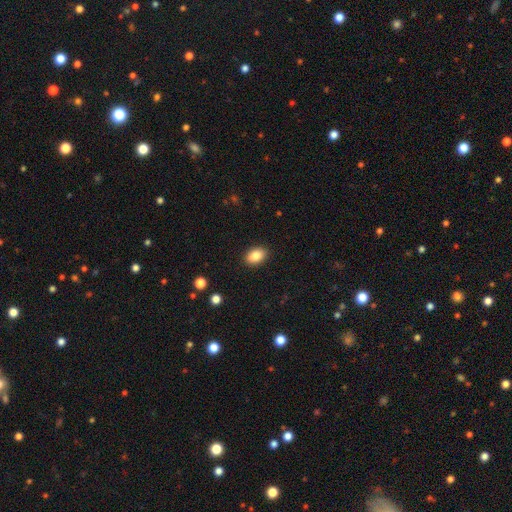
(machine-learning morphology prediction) Smooth or featured? Predicted: smooth (p=0.86). How rounded? Predicted: in between (p=0.86). Merging? Predicted: none (p=0.90).